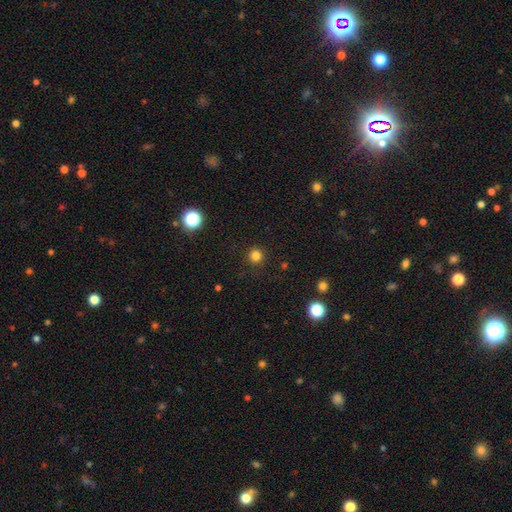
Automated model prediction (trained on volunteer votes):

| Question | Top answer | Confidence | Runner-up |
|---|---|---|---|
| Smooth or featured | smooth | 82% | star or artifact (15%) |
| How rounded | round | 95% | in between (4%) |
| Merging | none | 91% | minor disturbance (6%) |